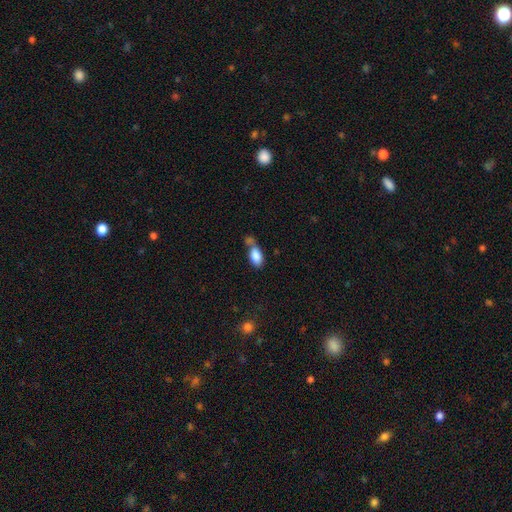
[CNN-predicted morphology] smooth 84%, featured or disk 8%, star or artifact 7%. Down the decision tree: how rounded — in between (92%); merging — merger (37%).